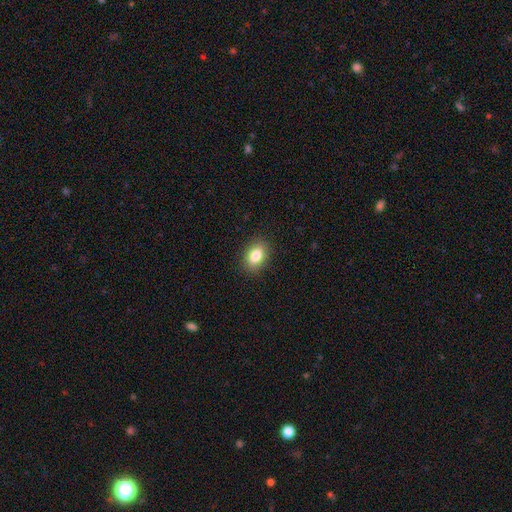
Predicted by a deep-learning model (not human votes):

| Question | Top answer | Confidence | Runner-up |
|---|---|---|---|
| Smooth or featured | smooth | 84% | star or artifact (9%) |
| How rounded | in between | 79% | round (19%) |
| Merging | none | 88% | minor disturbance (8%) |